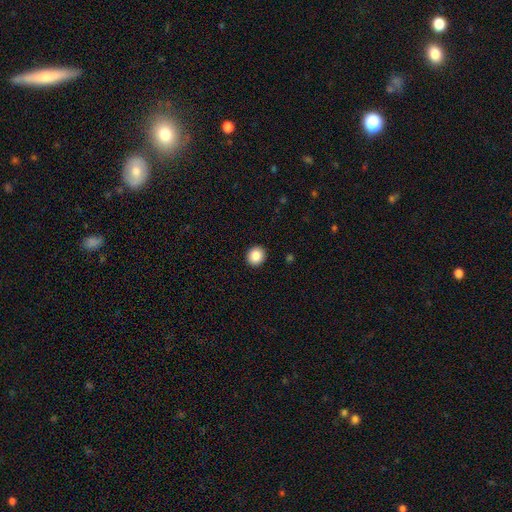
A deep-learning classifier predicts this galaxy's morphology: Smooth or featured? smooth (87%)
How rounded? round (87%)
Merging? none (93%)